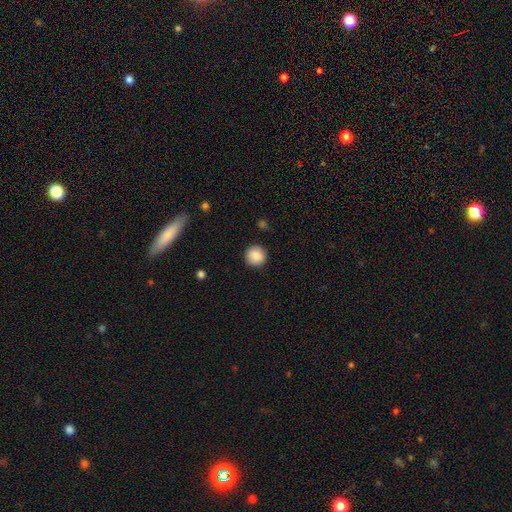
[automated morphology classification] type=smooth (89%); roundness=round (94%); merging=none (90%).